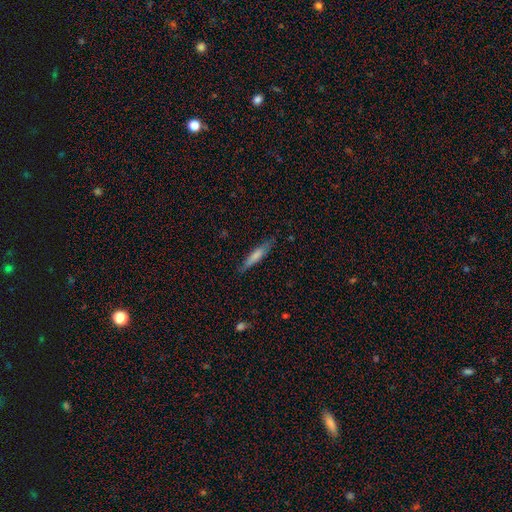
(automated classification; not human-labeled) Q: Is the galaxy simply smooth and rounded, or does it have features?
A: smooth — 69%.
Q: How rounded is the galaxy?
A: cigar-shaped — 87%.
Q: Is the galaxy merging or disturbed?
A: none — 81%.